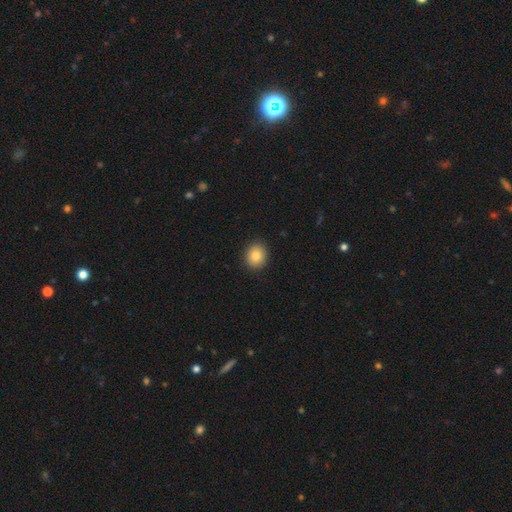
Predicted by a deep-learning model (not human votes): Q: Smooth or featured?
A: smooth (84%); runner-up: star or artifact (9%)
Q: How rounded?
A: round (67%); runner-up: in between (32%)
Q: Merging?
A: none (91%); runner-up: minor disturbance (7%)